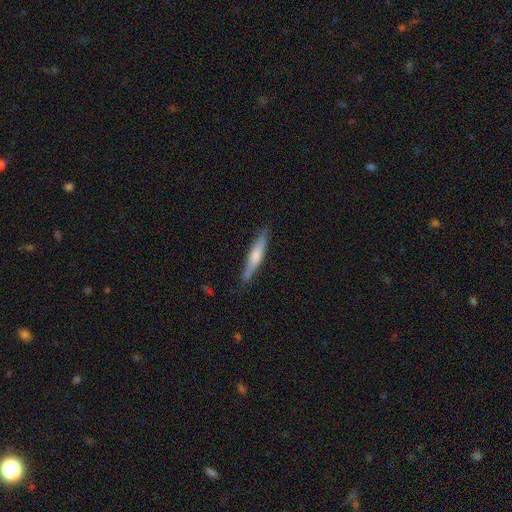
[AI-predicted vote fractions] smooth 54%, featured or disk 40%, star or artifact 6%. Down the decision tree: how rounded — cigar-shaped (90%); merging — none (83%).